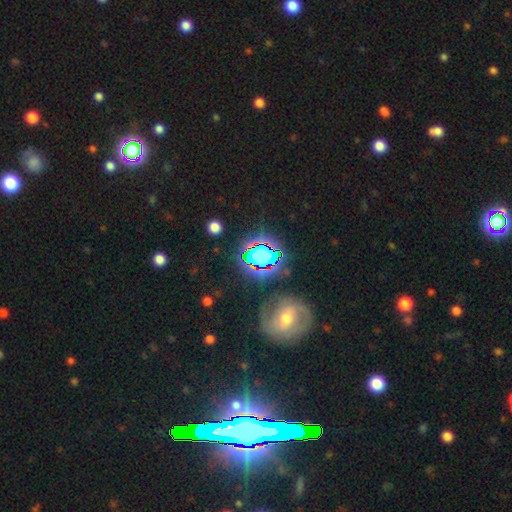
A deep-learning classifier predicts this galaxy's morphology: Smooth or featured: star or artifact — 63% (featured or disk — 21%)